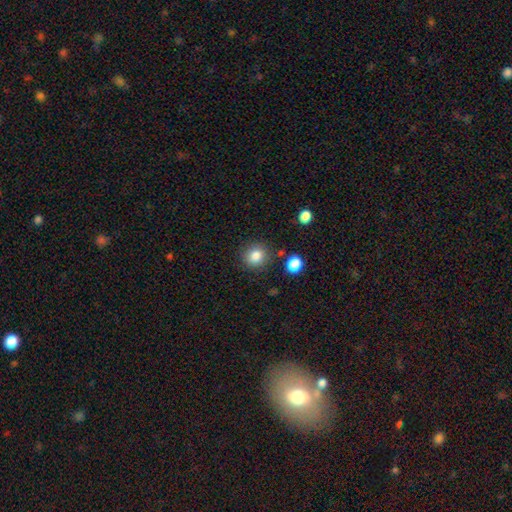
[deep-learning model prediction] Smooth or featured?
  - smooth: 84% *
  - star or artifact: 11%
  - featured or disk: 6%
How rounded?
  - round: 87% *
  - in between: 12%
  - cigar-shaped: 1%
Merging?
  - none: 85% *
  - minor disturbance: 9%
  - merger: 4%
  - major disturbance: 3%